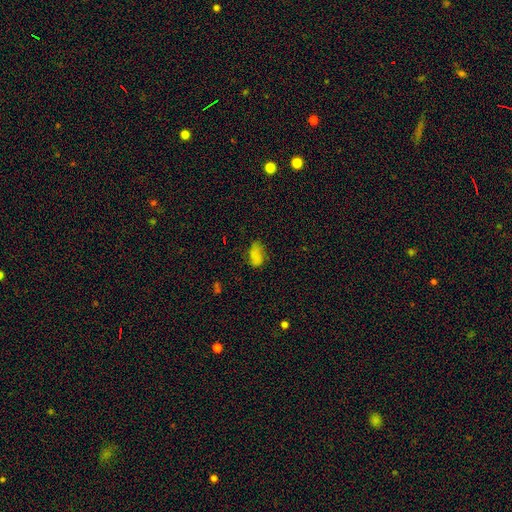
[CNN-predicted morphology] Smooth or featured? Predicted: smooth (p=0.78). How rounded? Predicted: in between (p=0.92). Merging? Predicted: none (p=0.57).